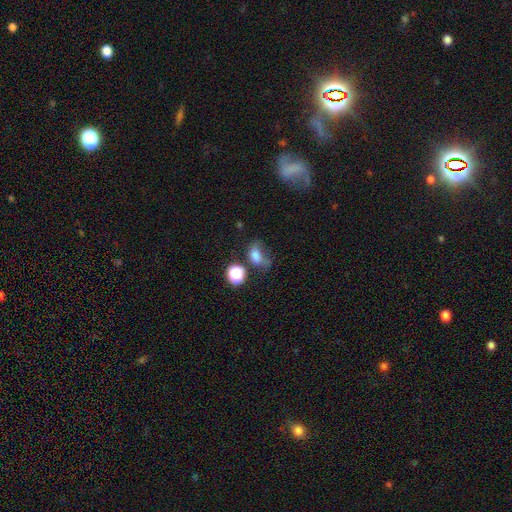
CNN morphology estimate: Smooth or featured: smooth — 70% (star or artifact — 16%)
How rounded: in between — 70% (round — 28%)
Merging: none — 32% (major disturbance — 28%)